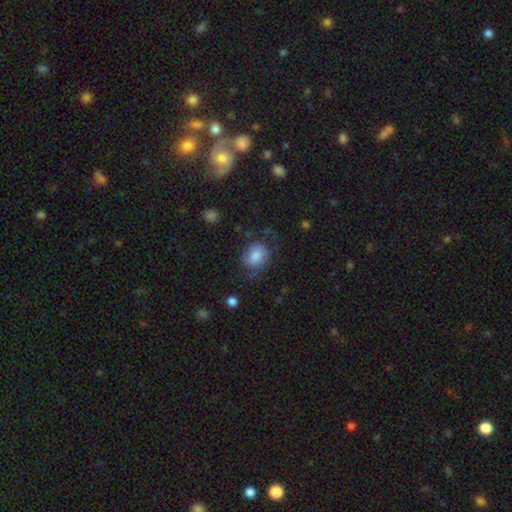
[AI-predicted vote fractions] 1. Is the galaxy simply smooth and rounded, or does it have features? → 74% smooth, 18% featured or disk, 9% star or artifact.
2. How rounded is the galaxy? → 50% round, 49% in between, 1% cigar-shaped.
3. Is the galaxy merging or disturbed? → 54% none, 26% minor disturbance, 18% major disturbance, 2% merger.